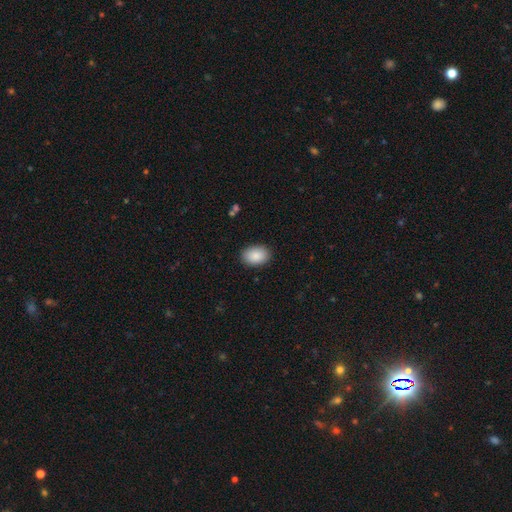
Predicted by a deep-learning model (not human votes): smooth_or_featured: smooth (p=0.89) [alt: star or artifact p=0.07]
how_rounded: in between (p=0.86) [alt: round p=0.13]
merging: none (p=0.89) [alt: minor disturbance p=0.08]